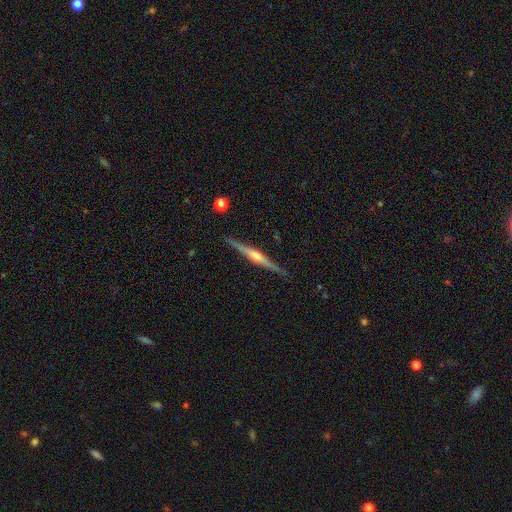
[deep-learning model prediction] A featured or disk galaxy (81%) viewed edge-on (98%) with a rounded central bulge (83%).

Vote fractions:
- Smooth or featured? featured or disk: 81% / smooth: 14% / star or artifact: 5%
- Edge-on disk? yes: 98% / no: 2%
- Edge-on bulge? rounded: 83% / boxy: 9% / none: 7%
- Merging? none: 90% / minor disturbance: 7% / major disturbance: 1% / merger: 1%